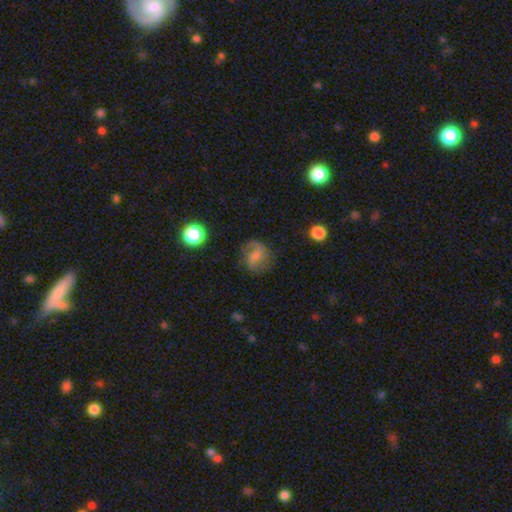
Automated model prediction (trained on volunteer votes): Smooth or featured? Predicted: featured or disk (p=0.47). Merging? Predicted: none (p=0.70).